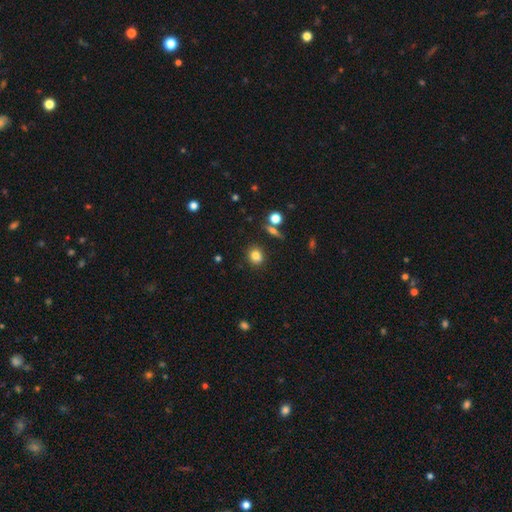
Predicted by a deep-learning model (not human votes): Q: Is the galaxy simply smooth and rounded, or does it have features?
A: smooth — 81%.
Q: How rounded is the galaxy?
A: round — 78%.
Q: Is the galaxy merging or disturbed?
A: none — 84%.